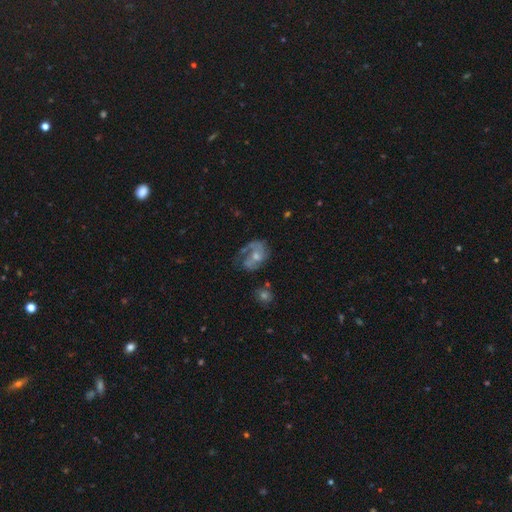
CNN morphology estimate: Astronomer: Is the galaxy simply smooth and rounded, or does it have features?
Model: featured or disk — 71%.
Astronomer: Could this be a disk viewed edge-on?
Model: no — 97%.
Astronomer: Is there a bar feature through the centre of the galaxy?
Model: no — 63%.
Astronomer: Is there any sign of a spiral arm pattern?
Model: yes — 83%.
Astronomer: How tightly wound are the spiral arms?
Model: medium — 44% (runner-up: loose, 33%).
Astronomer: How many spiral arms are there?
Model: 2 — 42% (runner-up: 1, 35%).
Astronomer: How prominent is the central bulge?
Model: moderate — 48% (runner-up: small, 40%).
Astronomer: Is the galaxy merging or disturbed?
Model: none — 39% (runner-up: major disturbance, 32%).